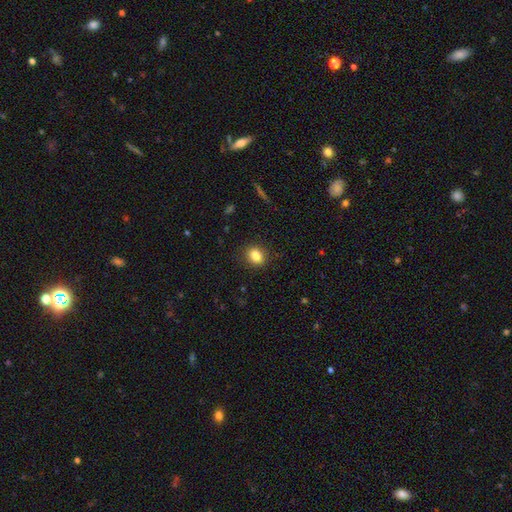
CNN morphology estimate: This is clearly a smooth galaxy (84%). How rounded: possibly round (51%). Merging: clearly none (88%).